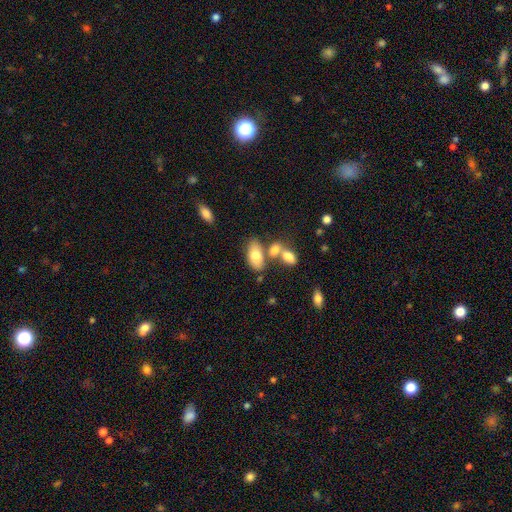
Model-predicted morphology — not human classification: Smooth or featured: smooth — 76% (featured or disk — 17%)
How rounded: in between — 92% (round — 5%)
Merging: none — 51% (merger — 32%)